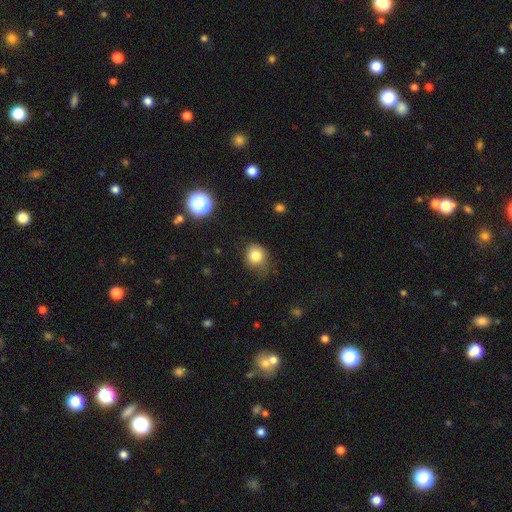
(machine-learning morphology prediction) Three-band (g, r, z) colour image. It shows a smooth galaxy with no disk features (82%) that is round (71%). Merging: none (58%).